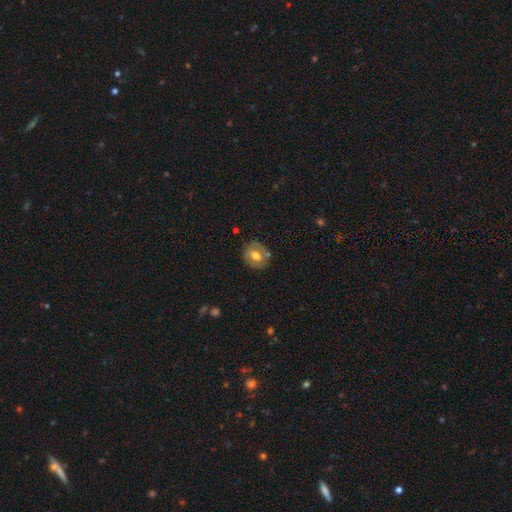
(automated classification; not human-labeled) Smooth or featured: smooth — 51% (featured or disk — 41%)
How rounded: round — 68% (in between — 30%)
Merging: none — 73% (minor disturbance — 17%)